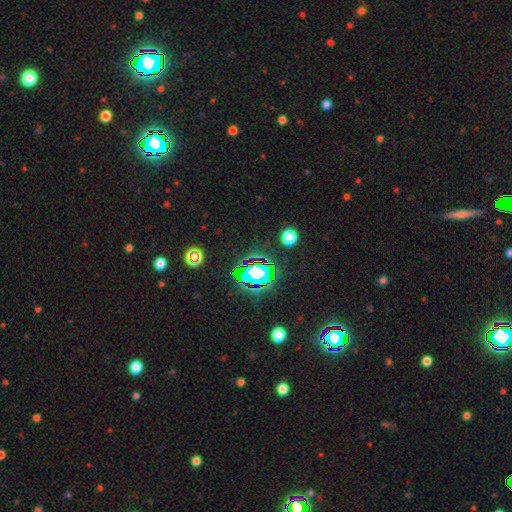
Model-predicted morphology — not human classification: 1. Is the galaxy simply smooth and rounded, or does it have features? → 81% star or artifact, 11% smooth, 8% featured or disk.